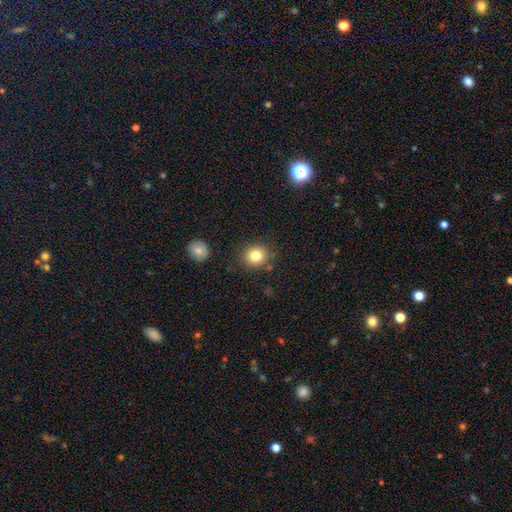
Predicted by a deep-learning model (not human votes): smooth-or-featured: smooth: 83% | star or artifact: 11% | featured or disk: 7%
  how-rounded: round: 83% | in between: 16% | cigar-shaped: 1%
  merging: none: 85% | minor disturbance: 9% | merger: 4% | major disturbance: 3%